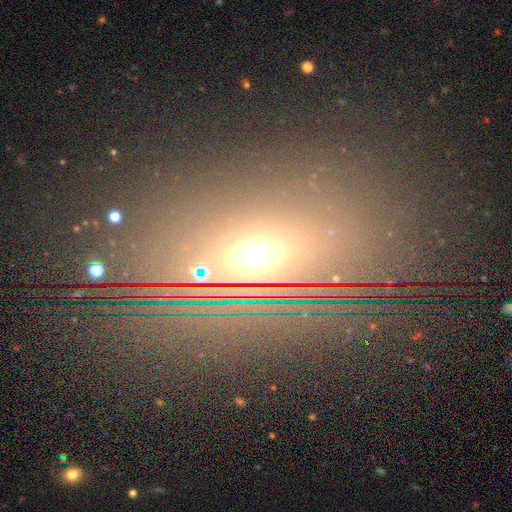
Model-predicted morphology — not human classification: Smooth or featured?
  - smooth: 46% *
  - star or artifact: 36%
  - featured or disk: 18%
Merging?
  - none: 79% *
  - minor disturbance: 11%
  - major disturbance: 7%
  - merger: 3%